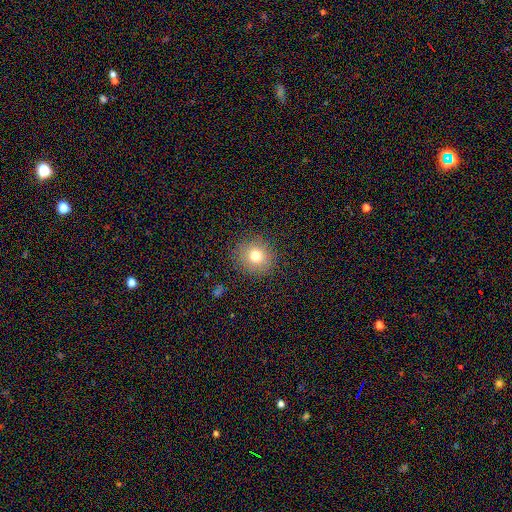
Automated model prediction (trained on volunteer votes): A smooth galaxy with no disk features (75%) that is round (87%). Merging: none (88%).